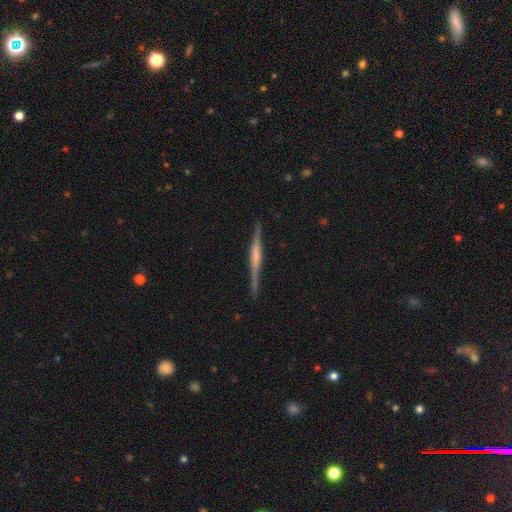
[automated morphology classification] A featured or disk galaxy (73%) viewed edge-on (98%) with a rounded central bulge (42%).

Vote fractions:
- Smooth or featured? featured or disk: 73% / smooth: 21% / star or artifact: 5%
- Edge-on disk? yes: 98% / no: 2%
- Edge-on bulge? rounded: 42% / boxy: 33% / none: 25%
- Merging? none: 90% / minor disturbance: 7% / major disturbance: 2% / merger: 1%